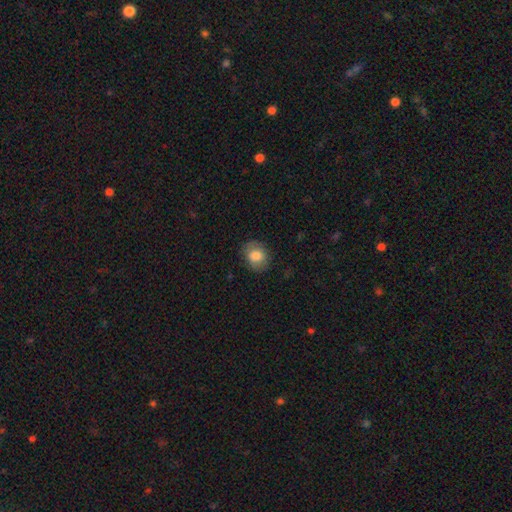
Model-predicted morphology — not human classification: smooth-or-featured: smooth: 79% | featured or disk: 13% | star or artifact: 8%
  how-rounded: in between: 51% | round: 48% | cigar-shaped: 1%
  merging: none: 80% | minor disturbance: 15% | major disturbance: 5% | merger: 1%